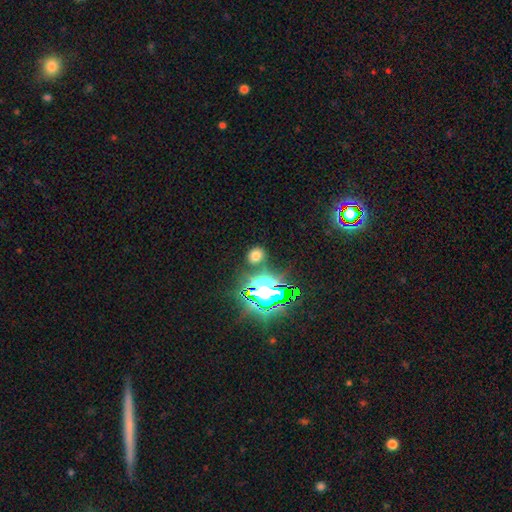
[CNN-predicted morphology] smooth 61%, star or artifact 31%, featured or disk 8%. Down the decision tree: how rounded — round (65%); merging — none (81%).